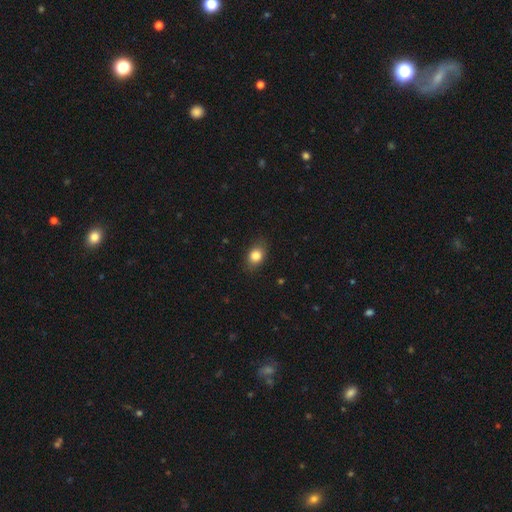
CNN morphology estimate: Smooth or featured: smooth — 84% (star or artifact — 9%)
How rounded: in between — 69% (round — 29%)
Merging: none — 82% (minor disturbance — 14%)